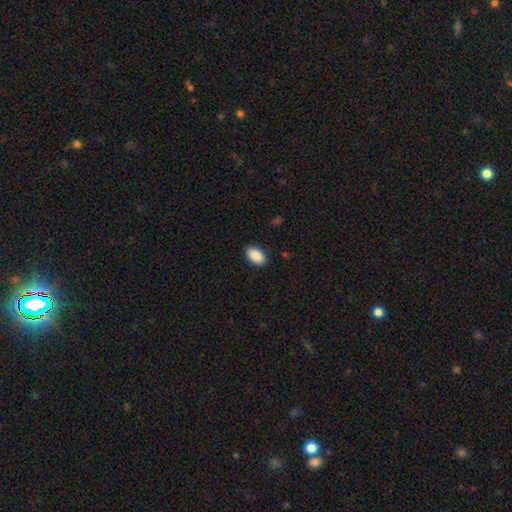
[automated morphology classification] type=smooth (91%); roundness=in between (94%); merging=none (89%).